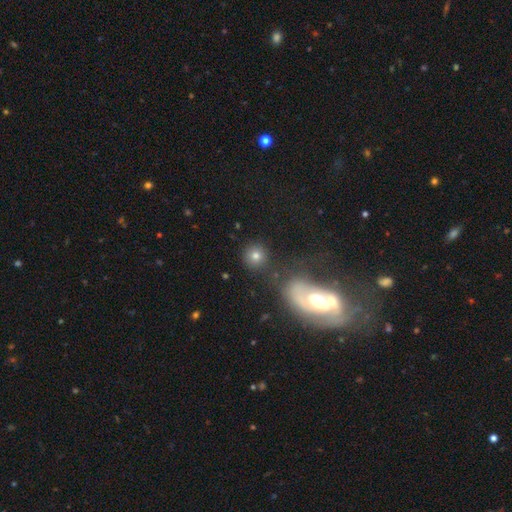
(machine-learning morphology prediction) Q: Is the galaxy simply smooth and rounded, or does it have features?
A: smooth — 76%.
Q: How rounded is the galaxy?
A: round — 91%.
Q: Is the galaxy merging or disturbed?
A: none — 80%.